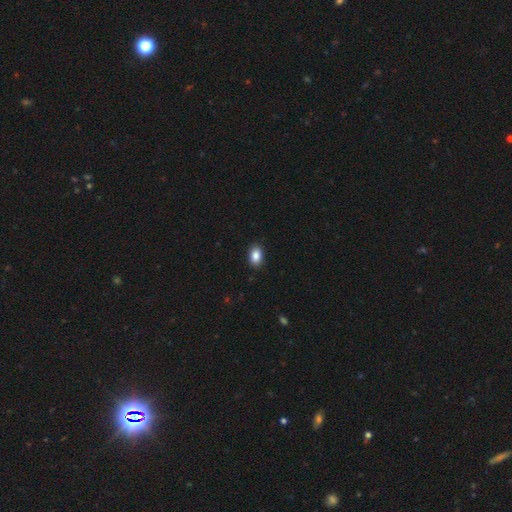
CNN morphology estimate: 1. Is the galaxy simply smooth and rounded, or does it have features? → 87% smooth, 8% star or artifact, 4% featured or disk.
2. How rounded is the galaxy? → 87% in between, 12% round, 1% cigar-shaped.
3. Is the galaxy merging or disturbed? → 90% none, 8% minor disturbance, 2% major disturbance, 1% merger.